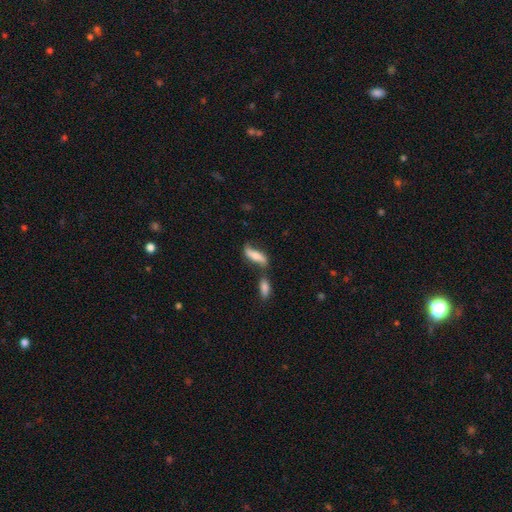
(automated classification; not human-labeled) A smooth galaxy with no disk features (52%) that is in between round and cigar-shaped (49%). Merging: none (48%).